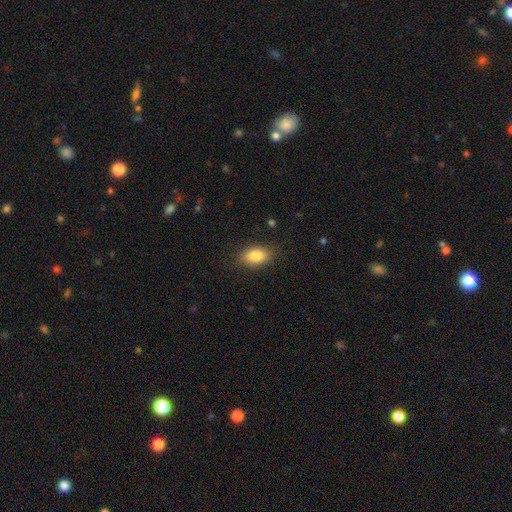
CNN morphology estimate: Smooth or featured?
  - smooth: 84% *
  - featured or disk: 8%
  - star or artifact: 8%
How rounded?
  - in between: 87% *
  - round: 10%
  - cigar-shaped: 3%
Merging?
  - none: 85% *
  - minor disturbance: 11%
  - major disturbance: 3%
  - merger: 1%